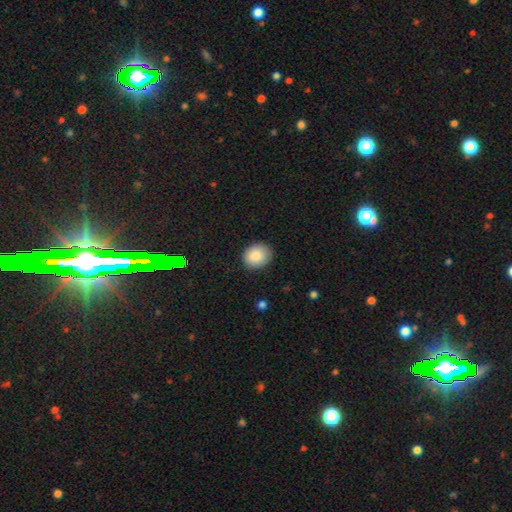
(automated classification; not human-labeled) A smooth galaxy with no disk features (87%) that is round (64%). Merging: none (85%).